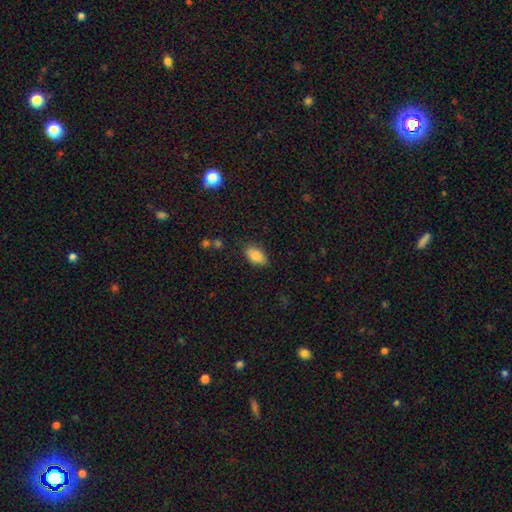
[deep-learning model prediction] Smooth or featured: smooth — 86% (star or artifact — 7%)
How rounded: in between — 93% (round — 4%)
Merging: none — 82% (minor disturbance — 14%)